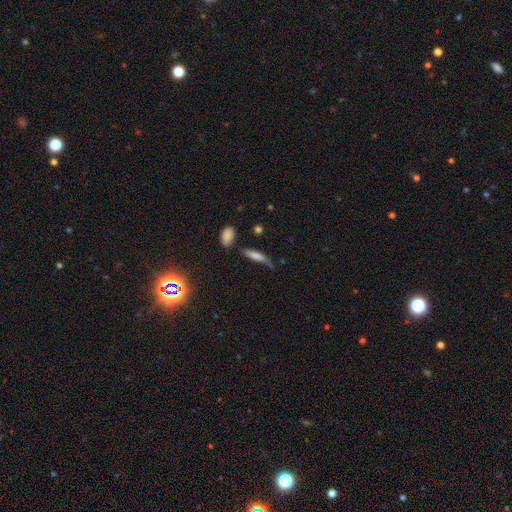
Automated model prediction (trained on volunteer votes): smooth-or-featured: smooth: 68% | featured or disk: 23% | star or artifact: 10%
  how-rounded: cigar-shaped: 69% | in between: 28% | round: 3%
  merging: none: 48% | minor disturbance: 31% | major disturbance: 13% | merger: 8%